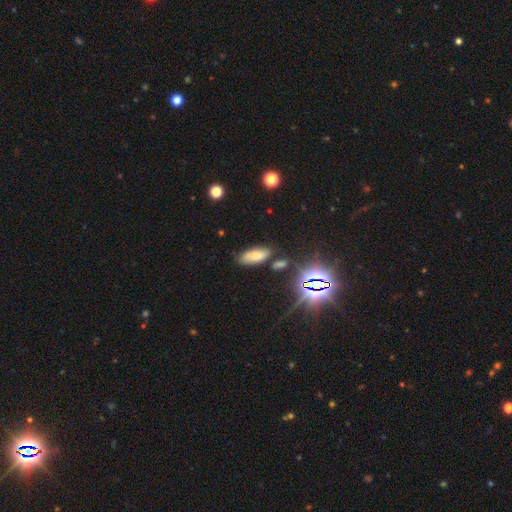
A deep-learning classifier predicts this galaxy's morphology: type=smooth (61%); roundness=in between (86%); merging=none (74%).